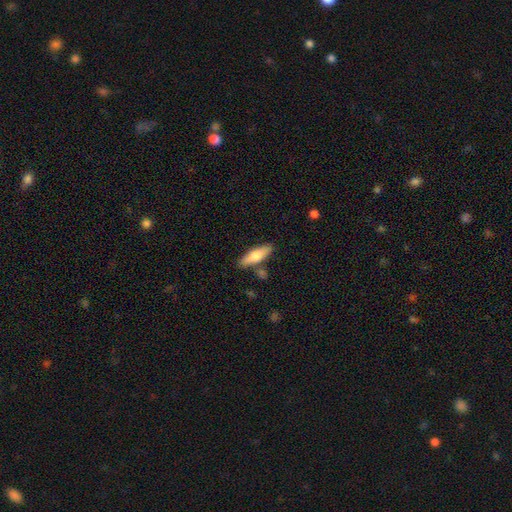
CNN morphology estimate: A smooth galaxy with no disk features (63%) that is cigar-shaped (54%).

Vote fractions:
- Smooth or featured? smooth: 63% / featured or disk: 32% / star or artifact: 6%
- How rounded? cigar-shaped: 54% / in between: 44% / round: 2%
- Merging? none: 80% / minor disturbance: 12% / merger: 6% / major disturbance: 3%